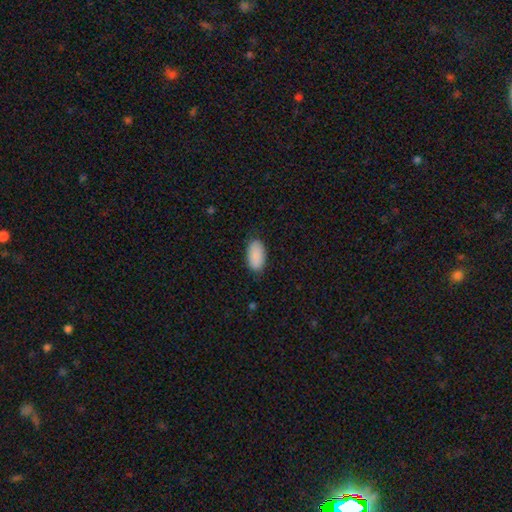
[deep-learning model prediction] smooth 90%, star or artifact 6%, featured or disk 4%. Down the decision tree: how rounded — in between (95%); merging — none (83%).